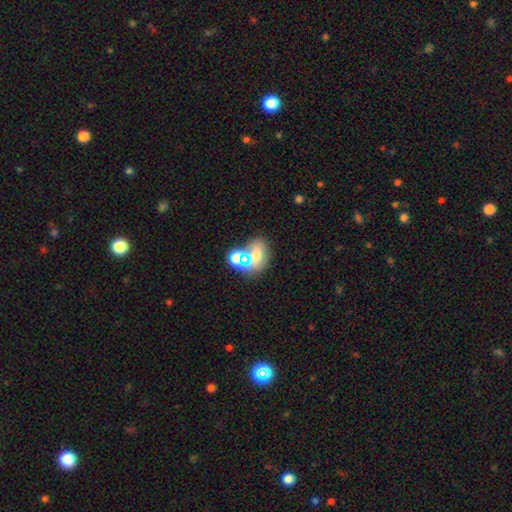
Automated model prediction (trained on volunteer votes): Smooth or featured? Predicted: smooth (p=0.53). How rounded? Predicted: in between (p=0.60). Merging? Predicted: none (p=0.41).